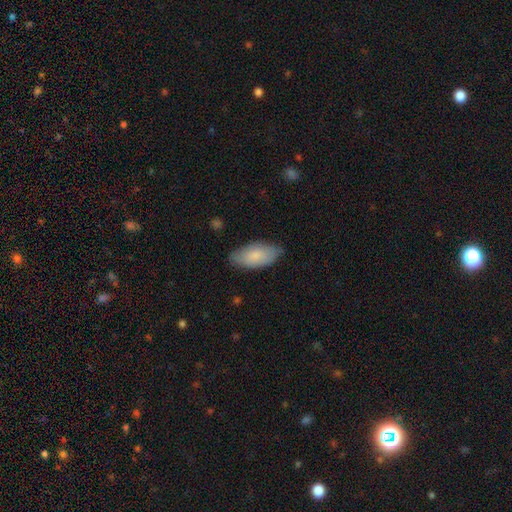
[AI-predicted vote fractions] smooth-or-featured: smooth: 81% | featured or disk: 13% | star or artifact: 6%
  how-rounded: in between: 91% | cigar-shaped: 7% | round: 2%
  merging: none: 78% | minor disturbance: 18% | major disturbance: 3% | merger: 1%